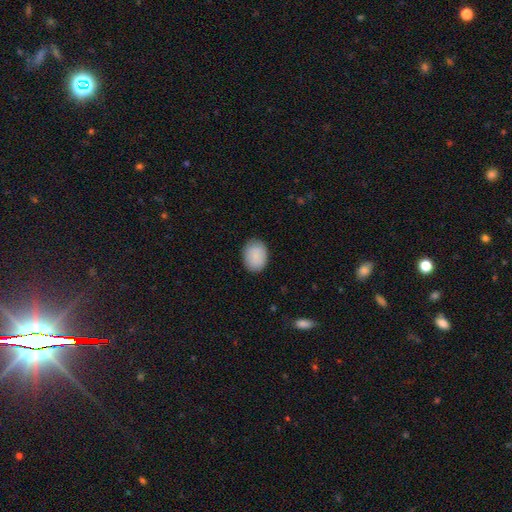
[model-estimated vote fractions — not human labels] Overall: smooth (89%). How rounded: in between (68%; round 31%). Merging: none (85%).